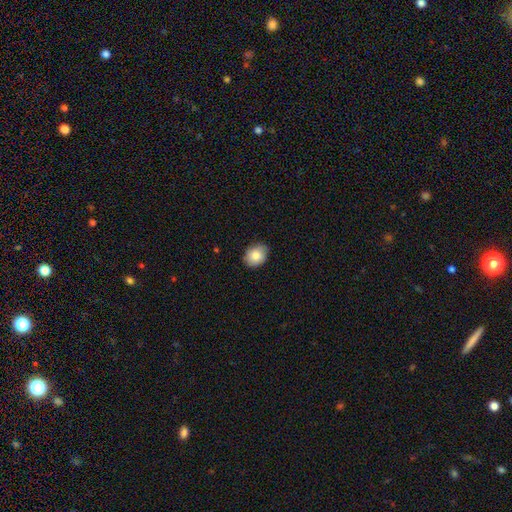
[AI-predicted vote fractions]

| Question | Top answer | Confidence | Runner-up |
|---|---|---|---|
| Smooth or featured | smooth | 83% | featured or disk (9%) |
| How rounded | in between | 58% | round (41%) |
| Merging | none | 84% | minor disturbance (13%) |